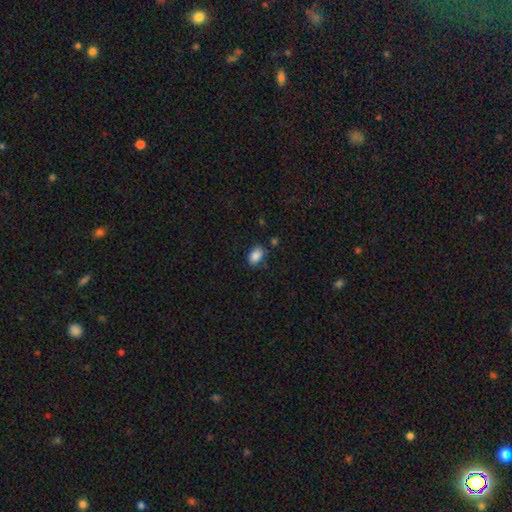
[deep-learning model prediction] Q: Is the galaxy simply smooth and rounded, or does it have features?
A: smooth — 87%.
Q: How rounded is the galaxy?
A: in between — 87%.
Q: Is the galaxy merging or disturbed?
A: none — 77%.